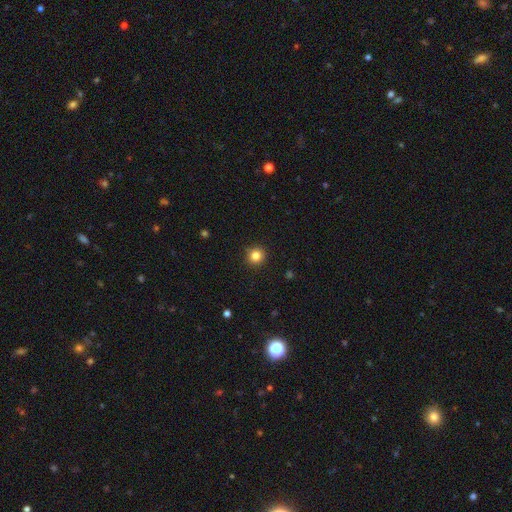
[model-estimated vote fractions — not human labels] The model was most divided on "smooth or featured": smooth: 83%, star or artifact: 11%, featured or disk: 5%. More confident: how rounded — round (94%); merging — none (92%).